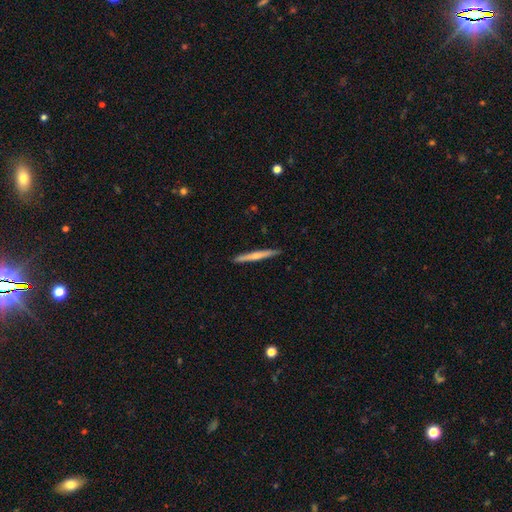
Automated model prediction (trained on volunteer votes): Smooth or featured?
  - smooth: 48% *
  - featured or disk: 46%
  - star or artifact: 5%
Merging?
  - none: 91% *
  - minor disturbance: 6%
  - major disturbance: 1%
  - merger: 1%